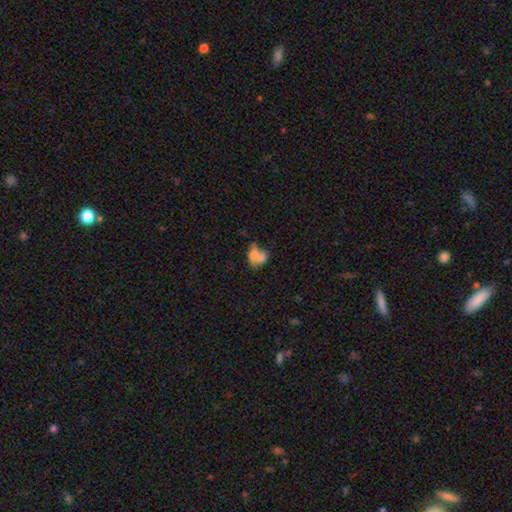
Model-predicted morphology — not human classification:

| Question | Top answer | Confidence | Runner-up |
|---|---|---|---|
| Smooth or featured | smooth | 63% | featured or disk (26%) |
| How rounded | in between | 71% | round (26%) |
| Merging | merger | 62% | none (19%) |